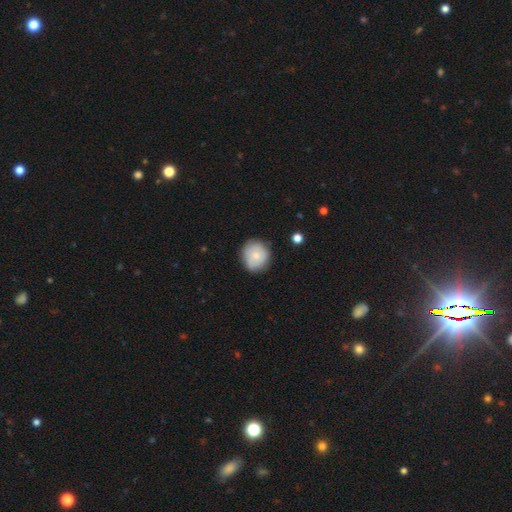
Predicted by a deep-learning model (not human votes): A smooth galaxy with no disk features (72%) that is round (83%). Merging: none (77%).